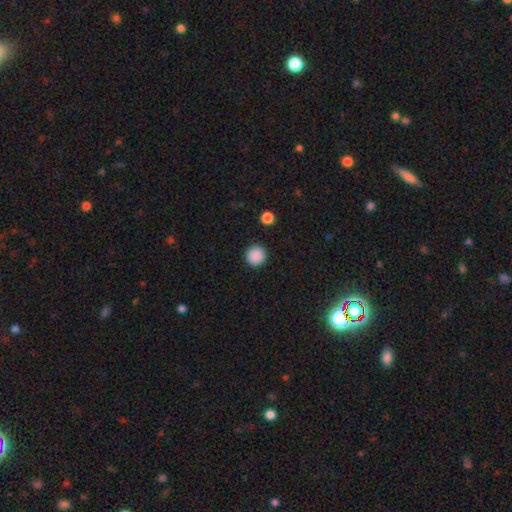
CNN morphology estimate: Q: Smooth or featured?
A: smooth (89%); runner-up: star or artifact (9%)
Q: How rounded?
A: round (95%); runner-up: in between (4%)
Q: Merging?
A: none (92%); runner-up: minor disturbance (5%)